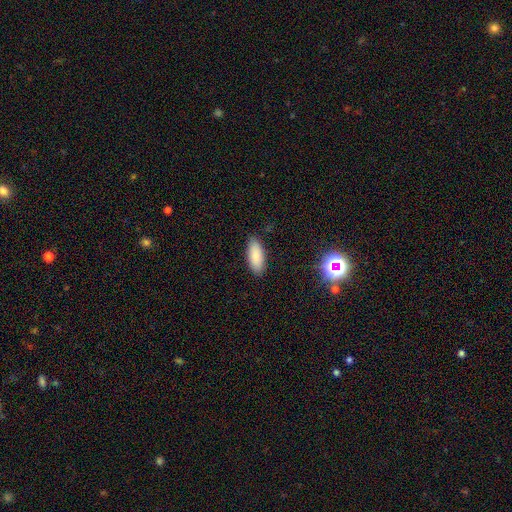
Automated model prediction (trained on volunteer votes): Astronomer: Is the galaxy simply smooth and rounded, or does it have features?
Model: smooth — 87%.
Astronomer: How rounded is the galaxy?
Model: in between — 82%.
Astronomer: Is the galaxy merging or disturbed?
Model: none — 87%.